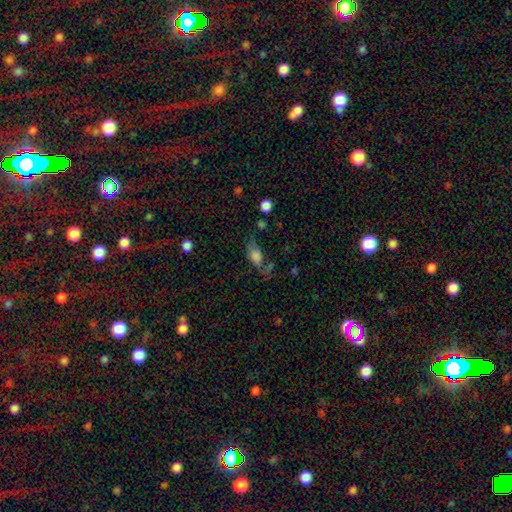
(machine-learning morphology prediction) smooth-or-featured: smooth: 67% | featured or disk: 21% | star or artifact: 11%
  how-rounded: in between: 83% | cigar-shaped: 9% | round: 8%
  merging: none: 41% | minor disturbance: 26% | major disturbance: 25% | merger: 8%